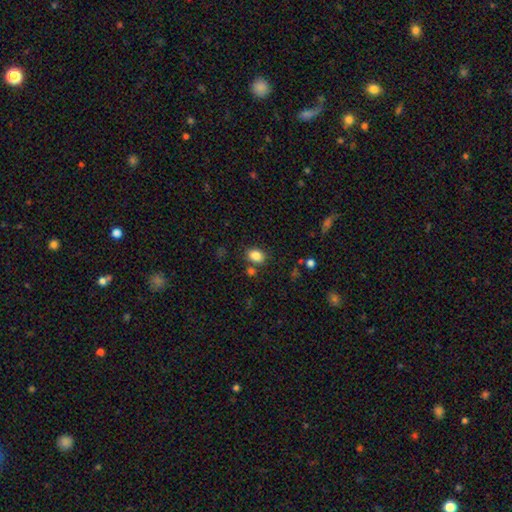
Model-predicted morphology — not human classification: This is clearly a smooth galaxy (84%). How rounded: likely in between (69%). Merging: likely none (76%).